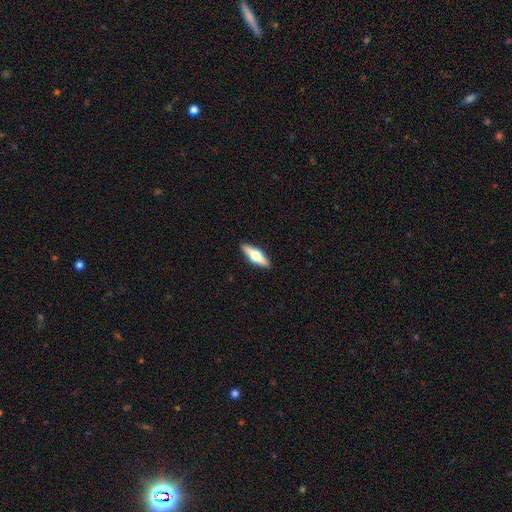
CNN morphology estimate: A featured or disk galaxy (50%). Merging: none (91%).